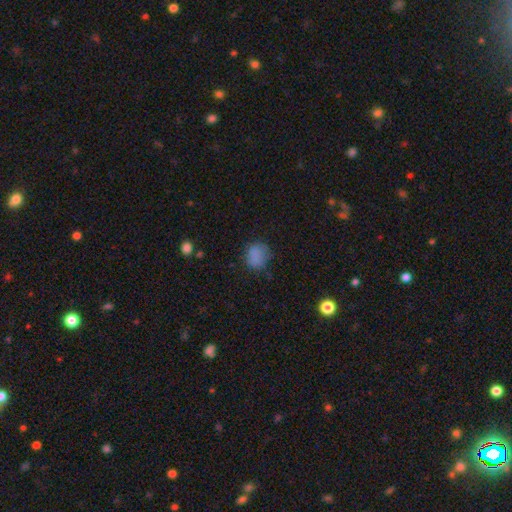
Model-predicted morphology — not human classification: A smooth galaxy with no disk features (80%) that is round (72%).

Vote fractions:
- Smooth or featured? smooth: 80% / star or artifact: 12% / featured or disk: 8%
- How rounded? round: 72% / in between: 27% / cigar-shaped: 1%
- Merging? none: 68% / minor disturbance: 22% / major disturbance: 8% / merger: 2%